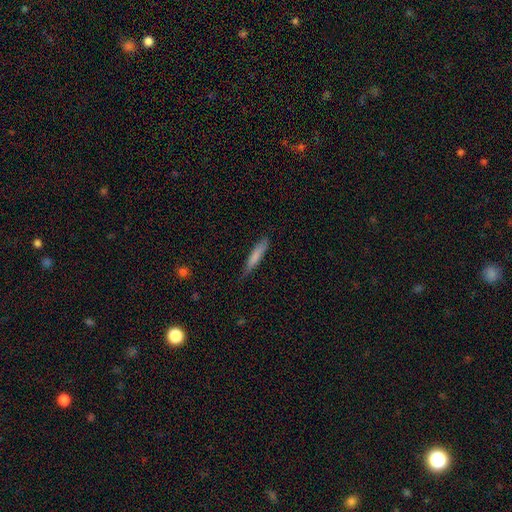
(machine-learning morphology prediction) Smooth or featured? smooth (75%)
How rounded? cigar-shaped (90%)
Merging? none (73%)